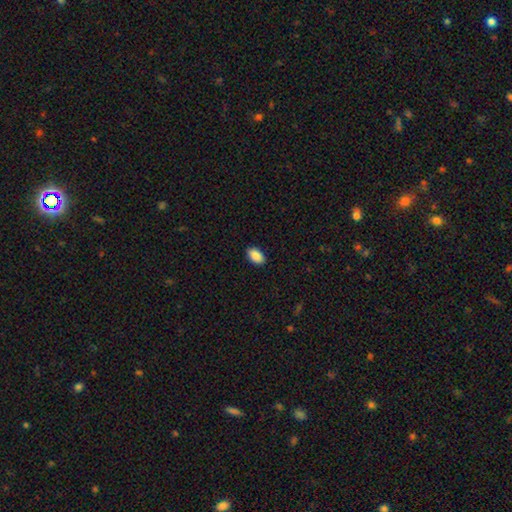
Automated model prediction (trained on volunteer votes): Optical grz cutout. It shows a smooth galaxy with no disk features (90%) that is in between round and cigar-shaped (94%). Merging: none (89%).